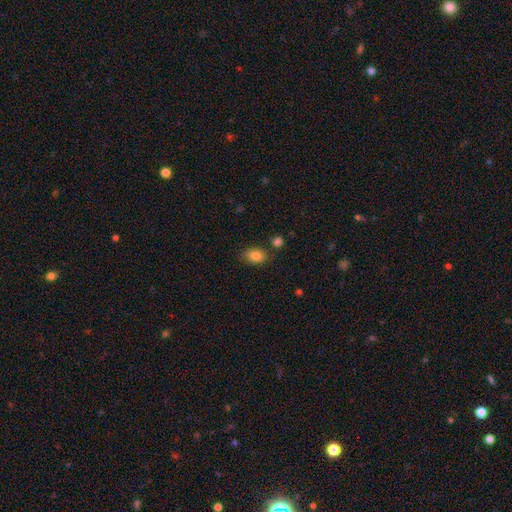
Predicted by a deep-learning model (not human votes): Q: Smooth or featured?
A: smooth (83%); runner-up: star or artifact (9%)
Q: How rounded?
A: in between (78%); runner-up: round (20%)
Q: Merging?
A: none (77%); runner-up: minor disturbance (14%)